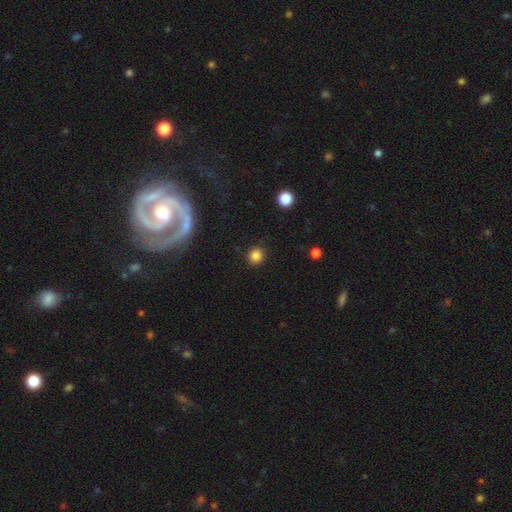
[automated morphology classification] A smooth galaxy with no disk features (84%) that is round (89%). Merging: none (91%).